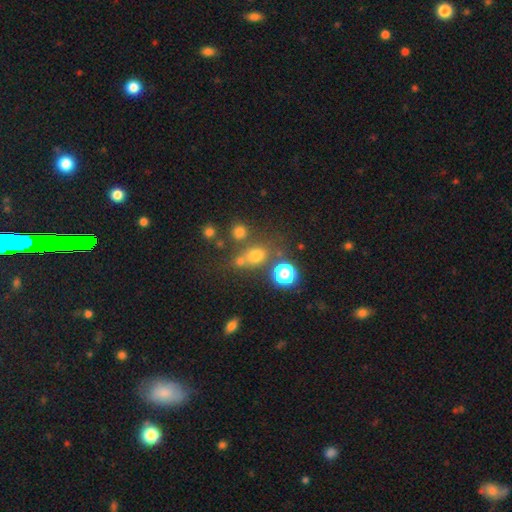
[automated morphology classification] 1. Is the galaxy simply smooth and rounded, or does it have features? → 70% smooth, 20% star or artifact, 10% featured or disk.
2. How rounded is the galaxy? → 60% round, 37% in between, 2% cigar-shaped.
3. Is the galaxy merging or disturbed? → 58% none, 23% merger, 13% minor disturbance, 6% major disturbance.